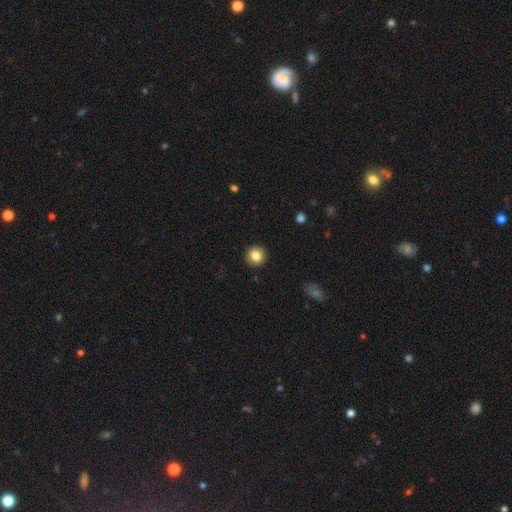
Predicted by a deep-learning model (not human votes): smooth 83%, star or artifact 10%, featured or disk 8%. Down the decision tree: how rounded — round (93%); merging — none (92%).